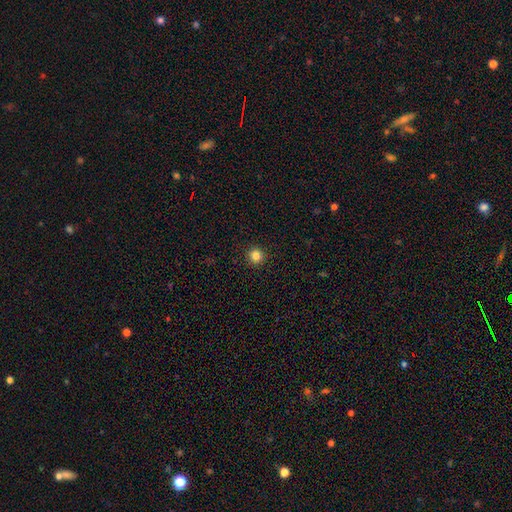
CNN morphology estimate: The model was most divided on "smooth or featured": smooth: 84%, star or artifact: 12%, featured or disk: 4%. More confident: how rounded — round (94%); merging — none (93%).